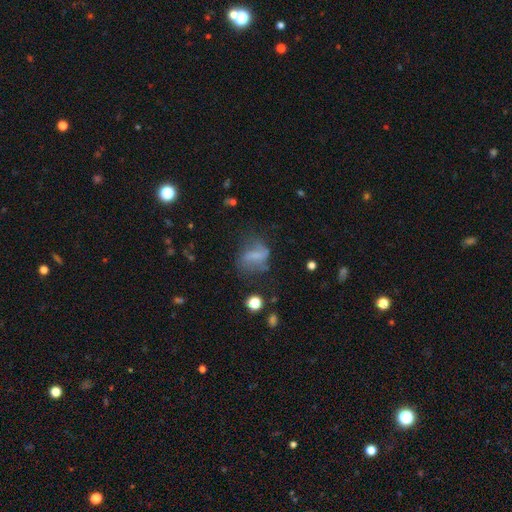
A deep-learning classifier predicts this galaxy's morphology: Smooth or featured? Predicted: smooth (p=0.44). Merging? Predicted: none (p=0.45).